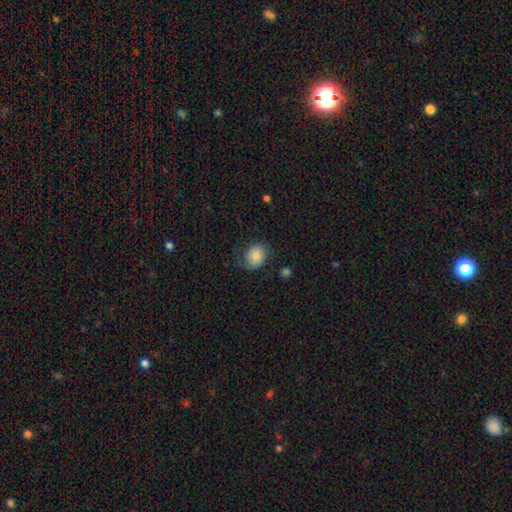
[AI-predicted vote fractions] Morphology: type=smooth (70%); roundness=round (53%); merging=none (65%).